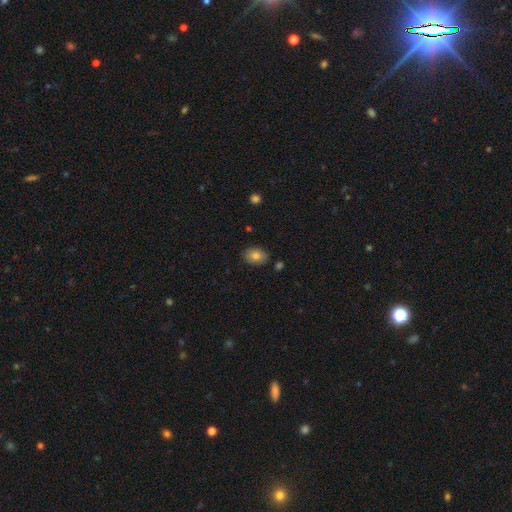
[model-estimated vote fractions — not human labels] smooth 82%, featured or disk 9%, star or artifact 9%. Down the decision tree: how rounded — in between (74%); merging — none (85%).